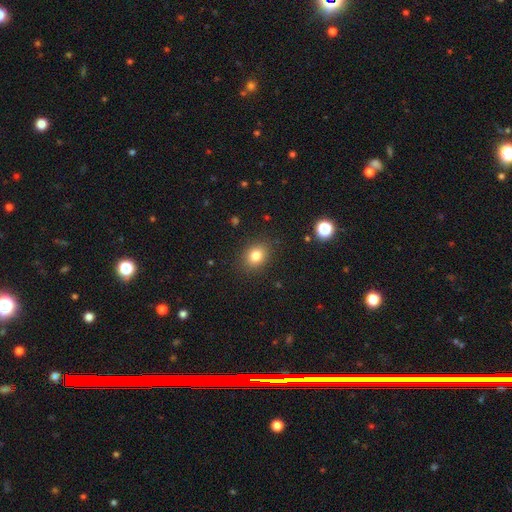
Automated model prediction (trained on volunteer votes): Smooth or featured?
  - smooth: 81% *
  - star or artifact: 11%
  - featured or disk: 7%
How rounded?
  - in between: 52% *
  - round: 47%
  - cigar-shaped: 1%
Merging?
  - none: 87% *
  - minor disturbance: 9%
  - major disturbance: 3%
  - merger: 1%